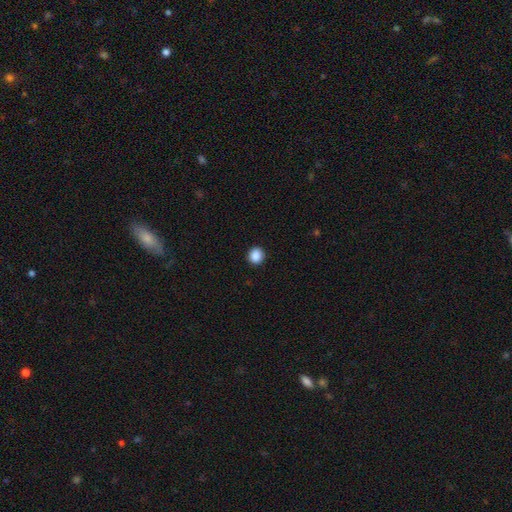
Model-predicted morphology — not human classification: Smooth or featured? smooth (88%)
How rounded? round (89%)
Merging? none (92%)